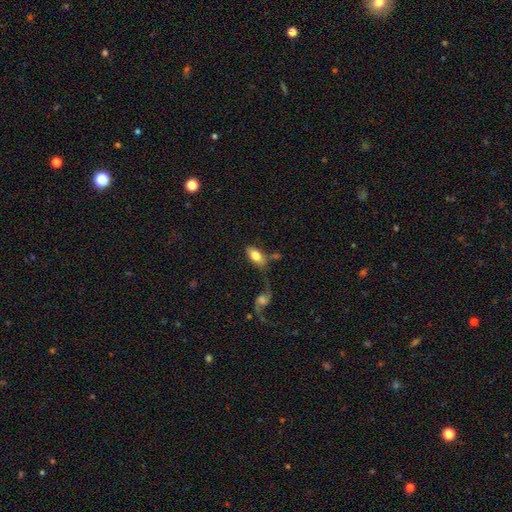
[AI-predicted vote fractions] Morphology: type=smooth (75%); roundness=in between (91%); merging=none (53%).